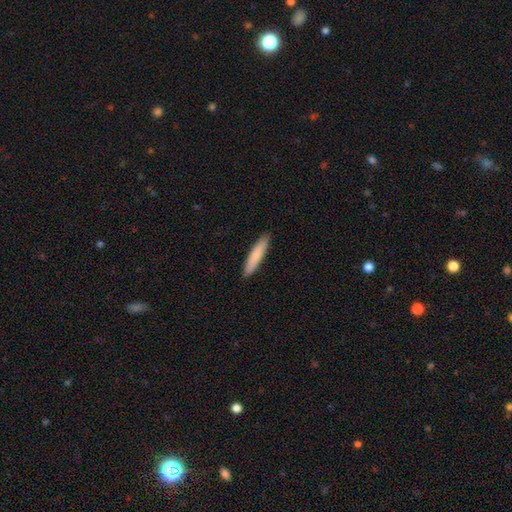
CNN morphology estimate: type=smooth (81%); roundness=cigar-shaped (88%); merging=none (91%).